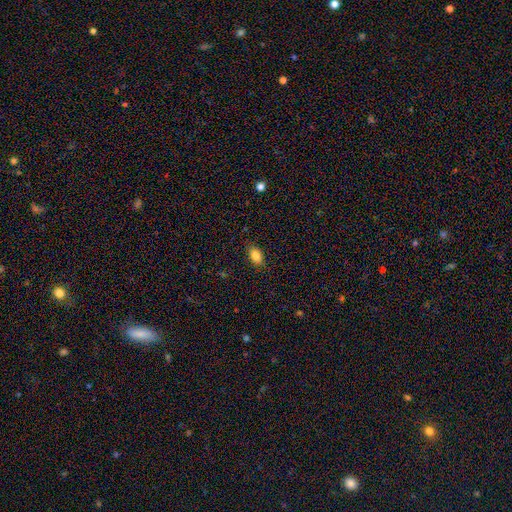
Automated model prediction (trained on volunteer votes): The model was most divided on "merging": none: 85%, minor disturbance: 11%, major disturbance: 3%, merger: 1%. More confident: how rounded — in between (86%); smooth or featured — smooth (84%).